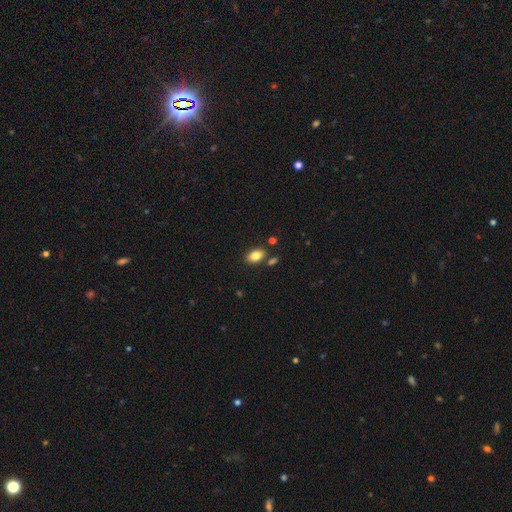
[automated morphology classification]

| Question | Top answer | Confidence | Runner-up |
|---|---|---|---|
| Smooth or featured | smooth | 83% | featured or disk (9%) |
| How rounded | in between | 89% | round (9%) |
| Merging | none | 78% | minor disturbance (11%) |